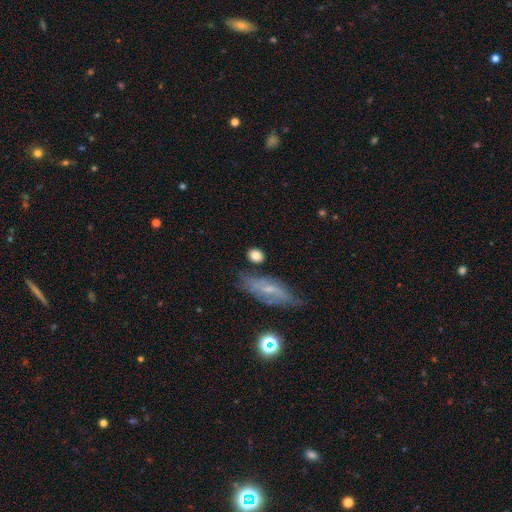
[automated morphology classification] type=smooth (80%); roundness=round (54%); merging=none (72%).